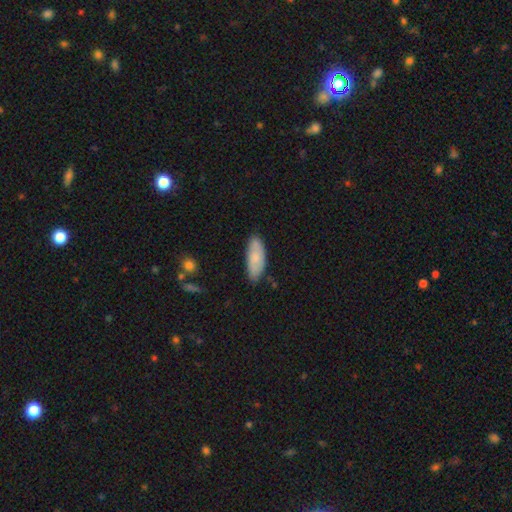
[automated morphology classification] type=smooth (78%); roundness=in between (79%); merging=none (75%).